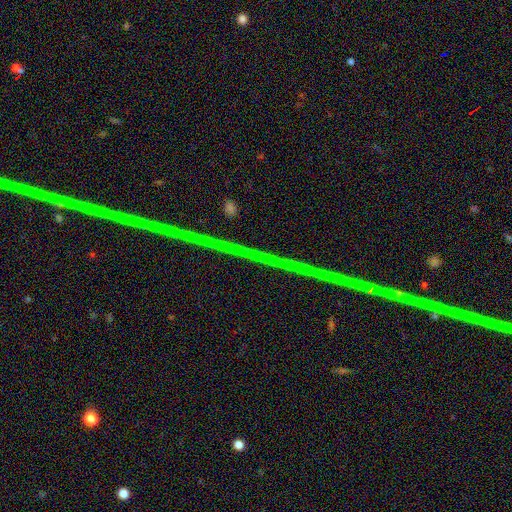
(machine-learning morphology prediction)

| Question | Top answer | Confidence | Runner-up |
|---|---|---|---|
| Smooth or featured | star or artifact | 74% | featured or disk (16%) |